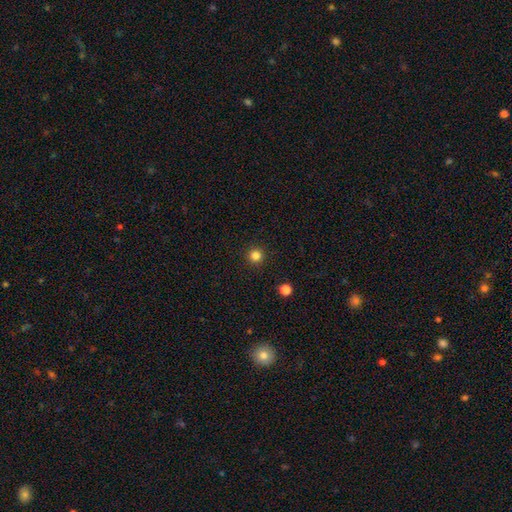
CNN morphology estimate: Smooth or featured: smooth — 83% (star or artifact — 13%)
How rounded: round — 96% (in between — 3%)
Merging: none — 93% (minor disturbance — 4%)